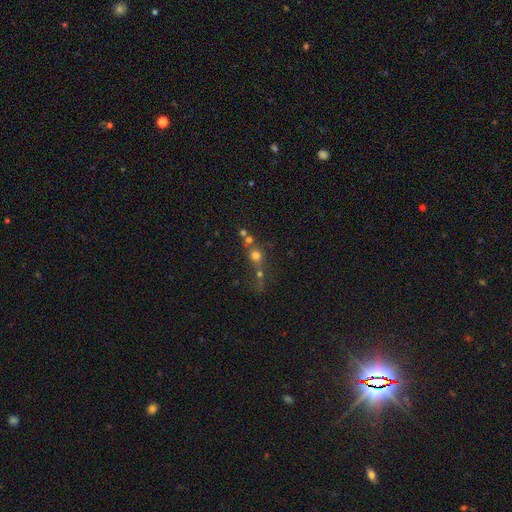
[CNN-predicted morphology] A smooth galaxy with no disk features (61%) that is round (84%). Merging: merger (49%).